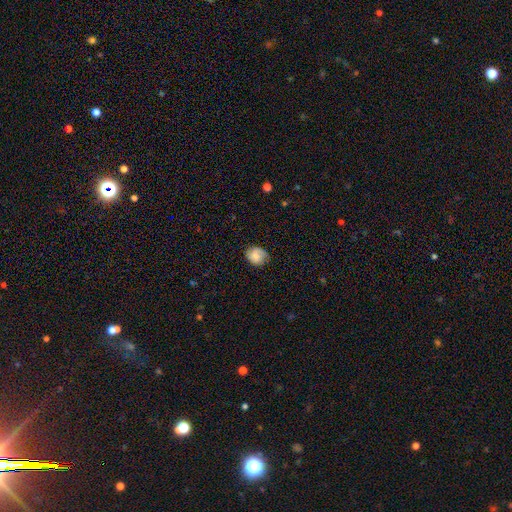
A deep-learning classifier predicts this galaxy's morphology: smooth_or_featured: smooth (p=0.61) [alt: featured or disk p=0.31]
how_rounded: round (p=0.64) [alt: in between p=0.35]
merging: none (p=0.68) [alt: minor disturbance p=0.24]